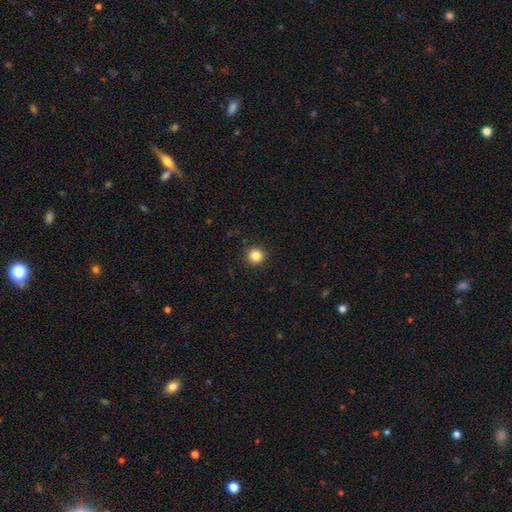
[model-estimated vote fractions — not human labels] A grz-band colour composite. It shows a smooth galaxy with no disk features (85%) that is round (95%). Merging: none (93%).